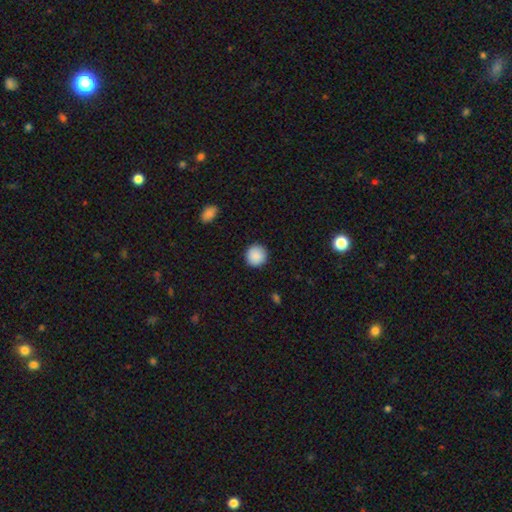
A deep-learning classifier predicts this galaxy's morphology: Overall: smooth (89%). How rounded: round (95%). Merging: none (92%).